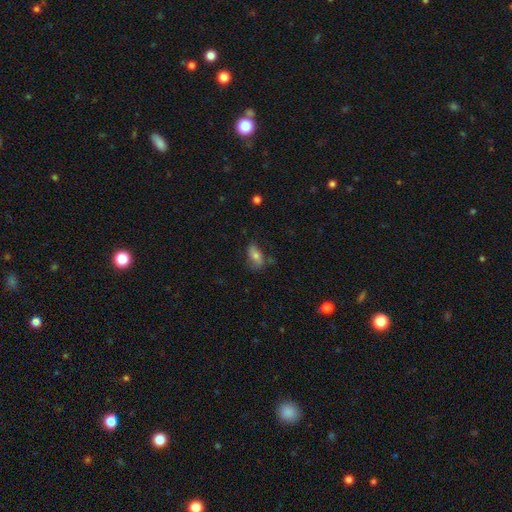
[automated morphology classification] Q: Smooth or featured?
A: smooth (66%); runner-up: featured or disk (24%)
Q: How rounded?
A: in between (85%); runner-up: cigar-shaped (8%)
Q: Merging?
A: none (60%); runner-up: minor disturbance (27%)